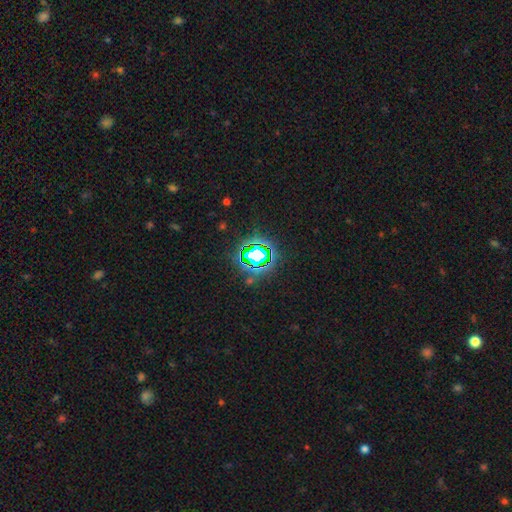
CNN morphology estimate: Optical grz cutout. It shows a star or artifact, not a galaxy (74%).